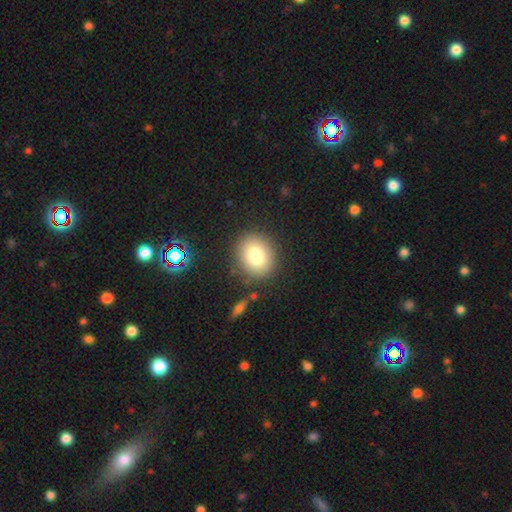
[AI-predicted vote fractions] smooth_or_featured: smooth (p=0.78) [alt: star or artifact p=0.12]
how_rounded: round (p=0.74) [alt: in between p=0.25]
merging: none (p=0.87) [alt: minor disturbance p=0.08]